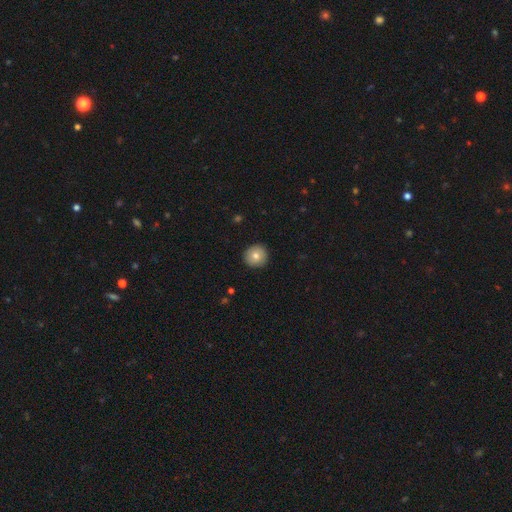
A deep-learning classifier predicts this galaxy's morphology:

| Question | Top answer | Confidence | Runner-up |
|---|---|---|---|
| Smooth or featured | smooth | 78% | featured or disk (13%) |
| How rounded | round | 94% | in between (5%) |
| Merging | none | 92% | minor disturbance (6%) |